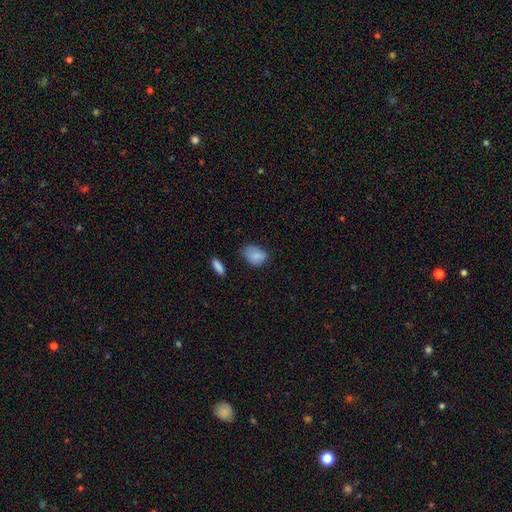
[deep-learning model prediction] smooth-or-featured: smooth: 84% | star or artifact: 9% | featured or disk: 8%
  how-rounded: in between: 76% | round: 23% | cigar-shaped: 1%
  merging: none: 55% | minor disturbance: 34% | major disturbance: 8% | merger: 3%